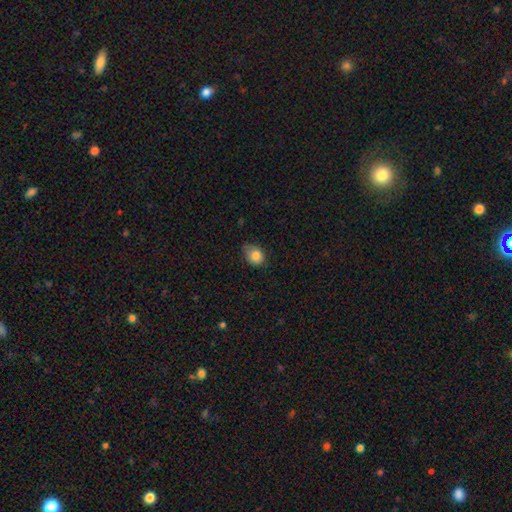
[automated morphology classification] Smooth or featured: smooth — 83% (star or artifact — 9%)
How rounded: in between — 58% (round — 41%)
Merging: none — 53% (minor disturbance — 38%)